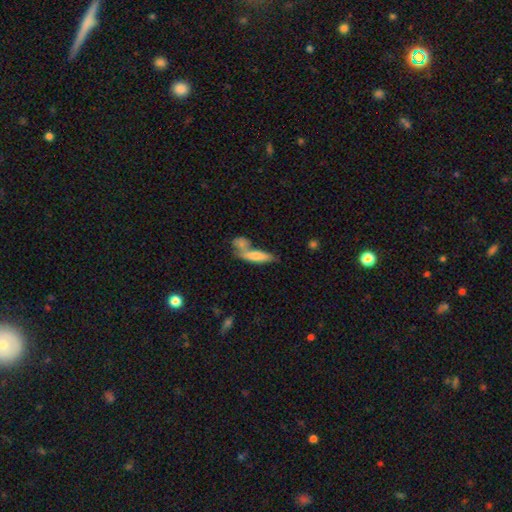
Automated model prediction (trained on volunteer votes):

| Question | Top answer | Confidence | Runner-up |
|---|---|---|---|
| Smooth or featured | smooth | 71% | featured or disk (22%) |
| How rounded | cigar-shaped | 66% | in between (31%) |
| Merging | merger | 45% | none (38%) |